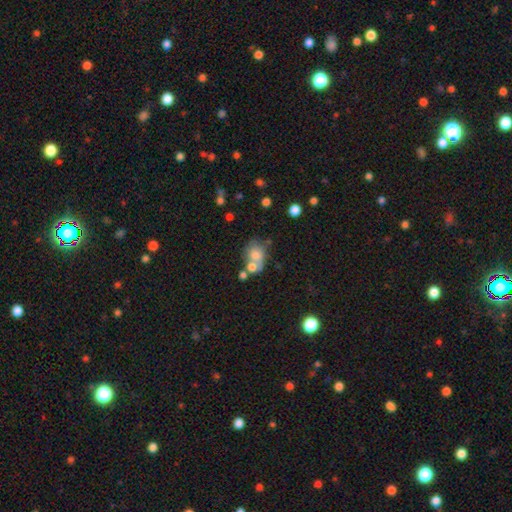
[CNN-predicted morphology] Smooth or featured: smooth — 66% (featured or disk — 23%)
How rounded: in between — 50% (round — 49%)
Merging: merger — 42% (none — 32%)